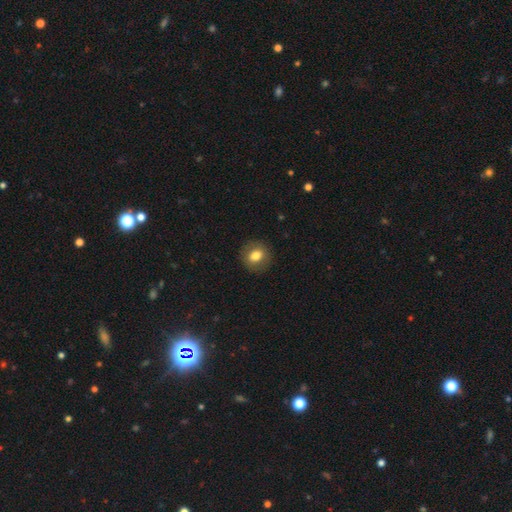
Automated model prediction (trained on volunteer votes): The model was most divided on "how rounded": round: 73%, in between: 26%, cigar-shaped: 1%. More confident: merging — none (88%); smooth or featured — smooth (76%).